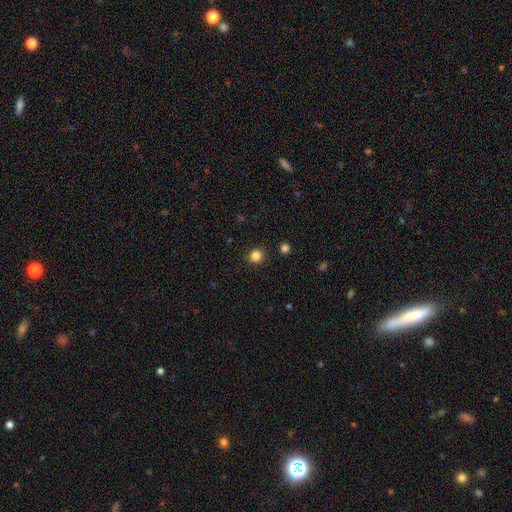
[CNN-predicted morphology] smooth_or_featured: smooth (p=0.84) [alt: star or artifact p=0.12]
how_rounded: round (p=0.92) [alt: in between p=0.07]
merging: none (p=0.90) [alt: minor disturbance p=0.06]